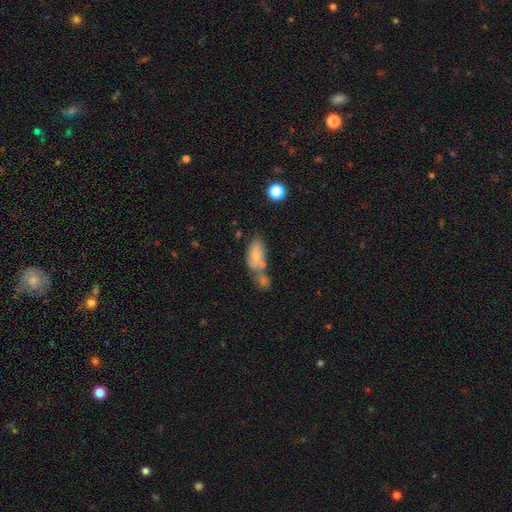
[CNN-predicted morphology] This is likely a smooth galaxy (70%). How rounded: clearly in between (90%). Merging: marginally merger (43%).